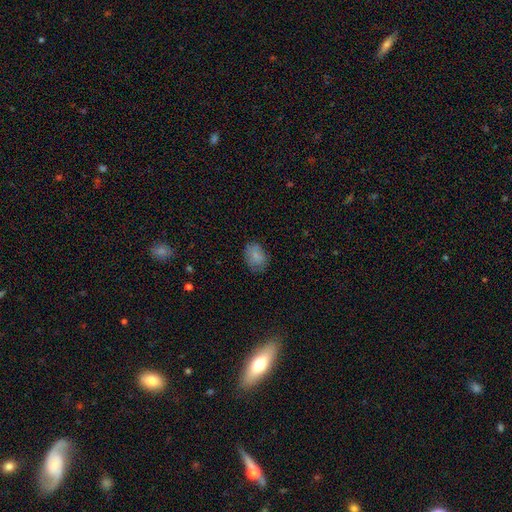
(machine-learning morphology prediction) This is likely a smooth galaxy (80%). How rounded: likely in between (68%). Merging: likely none (71%).